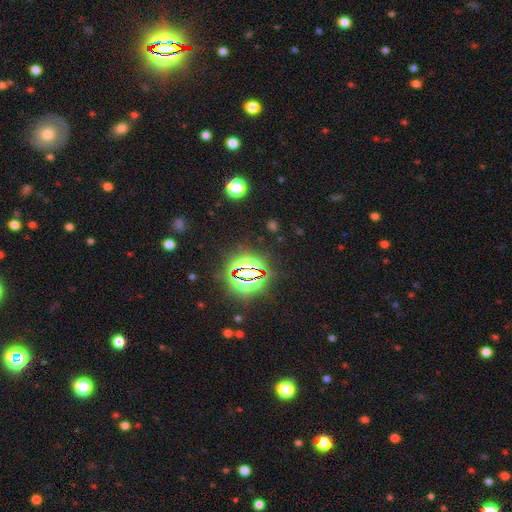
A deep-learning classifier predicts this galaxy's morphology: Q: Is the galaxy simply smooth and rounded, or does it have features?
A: star or artifact — 83%.